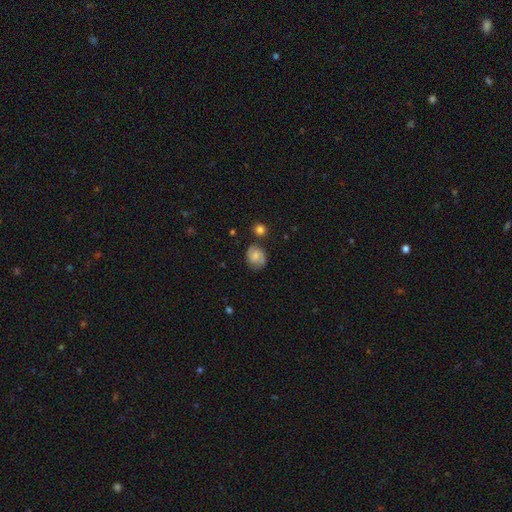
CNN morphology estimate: smooth_or_featured: smooth (p=0.46) [alt: featured or disk p=0.45]
merging: none (p=0.70) [alt: minor disturbance p=0.19]